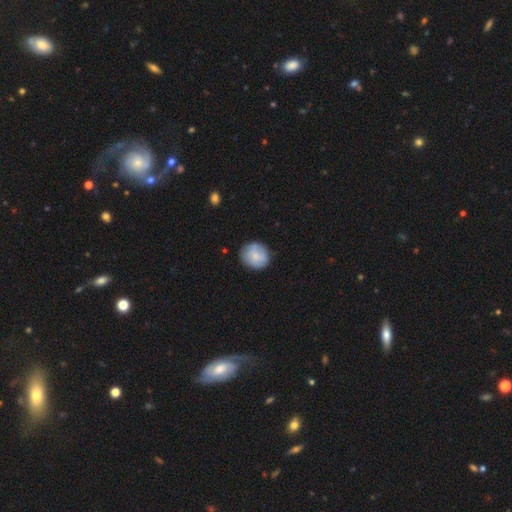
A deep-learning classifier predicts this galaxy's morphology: Smooth or featured? Predicted: smooth (p=0.72). How rounded? Predicted: round (p=0.82). Merging? Predicted: none (p=0.78).